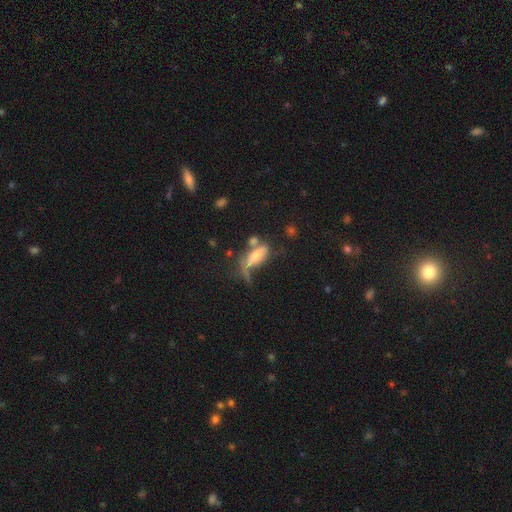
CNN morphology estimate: Smooth or featured?
  - smooth: 52% *
  - featured or disk: 37%
  - star or artifact: 10%
How rounded?
  - in between: 63% *
  - cigar-shaped: 33%
  - round: 4%
Merging?
  - major disturbance: 30% *
  - none: 27%
  - merger: 25%
  - minor disturbance: 18%